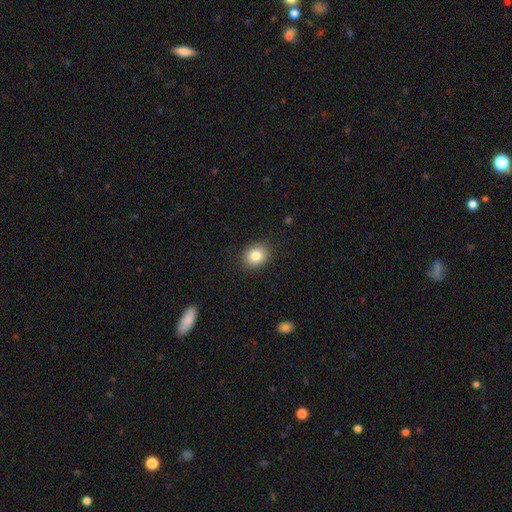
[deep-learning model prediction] smooth_or_featured: smooth (p=0.83) [alt: star or artifact p=0.09]
how_rounded: in between (p=0.51) [alt: round p=0.48]
merging: none (p=0.88) [alt: minor disturbance p=0.08]